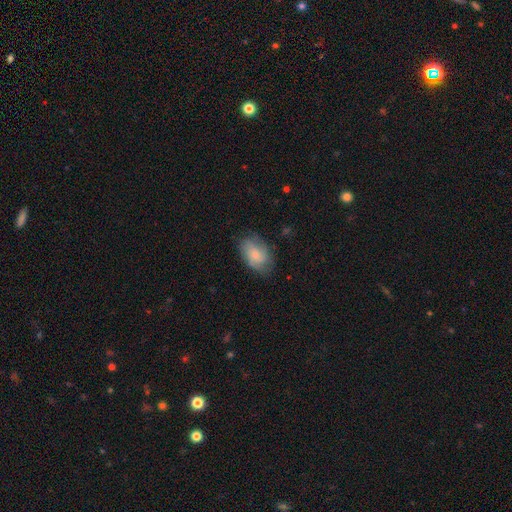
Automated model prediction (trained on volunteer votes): Q: Smooth or featured?
A: smooth (67%); runner-up: featured or disk (26%)
Q: How rounded?
A: in between (85%); runner-up: round (13%)
Q: Merging?
A: none (68%); runner-up: minor disturbance (23%)